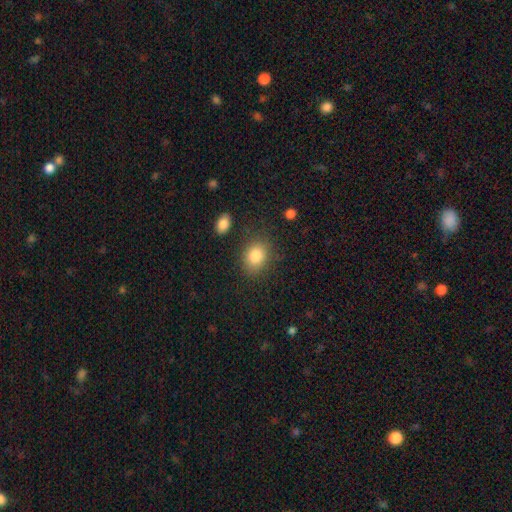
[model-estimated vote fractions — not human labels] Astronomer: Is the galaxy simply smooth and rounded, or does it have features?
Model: smooth — 83%.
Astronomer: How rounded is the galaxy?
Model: in between — 51% (runner-up: round, 48%).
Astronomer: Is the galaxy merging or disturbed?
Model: none — 80%.